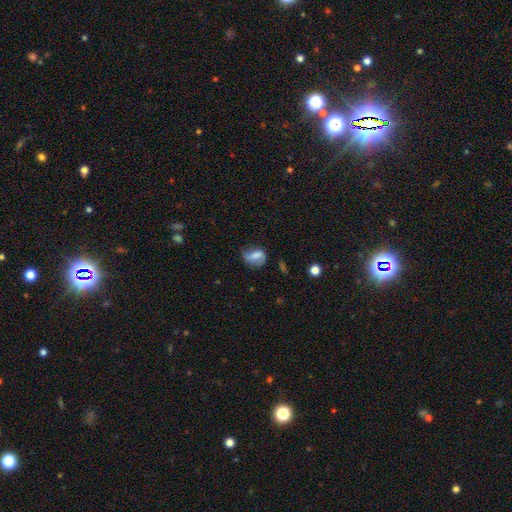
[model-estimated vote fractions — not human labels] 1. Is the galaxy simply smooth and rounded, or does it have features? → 55% smooth, 35% featured or disk, 10% star or artifact.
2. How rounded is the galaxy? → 64% in between, 32% round, 4% cigar-shaped.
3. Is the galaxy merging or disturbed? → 47% none, 32% minor disturbance, 18% major disturbance, 3% merger.